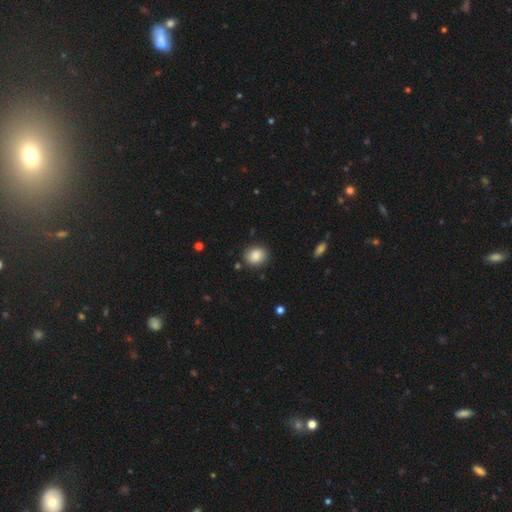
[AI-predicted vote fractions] Smooth or featured? Predicted: smooth (p=0.87). How rounded? Predicted: round (p=0.65). Merging? Predicted: none (p=0.86).